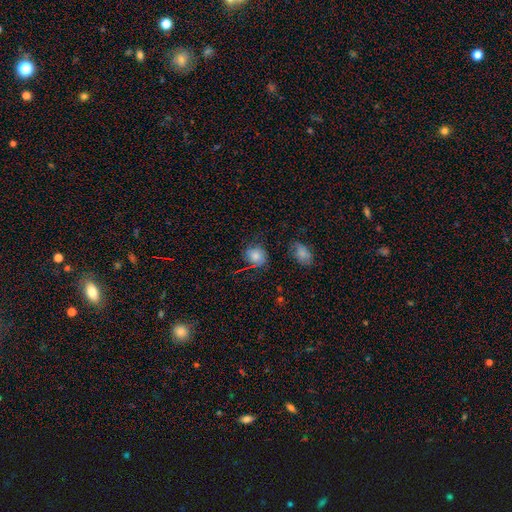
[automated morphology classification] A smooth galaxy with no disk features (76%) that is round (71%).

Vote fractions:
- Smooth or featured? smooth: 76% / star or artifact: 13% / featured or disk: 11%
- How rounded? round: 71% / in between: 28% / cigar-shaped: 1%
- Merging? none: 72% / minor disturbance: 20% / major disturbance: 6% / merger: 2%